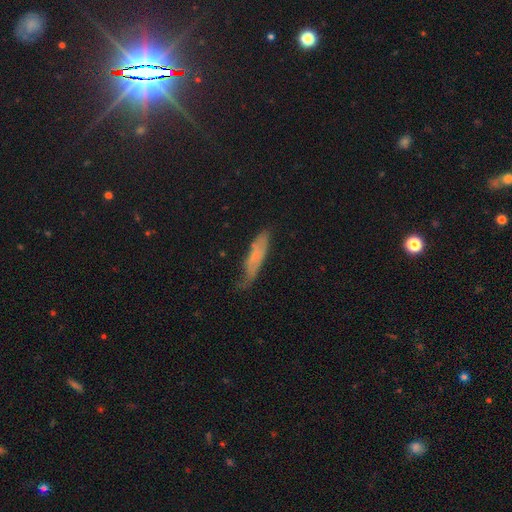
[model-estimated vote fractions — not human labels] This is possibly a smooth galaxy (58%). How rounded: likely cigar-shaped (75%). Merging: possibly none (54%).